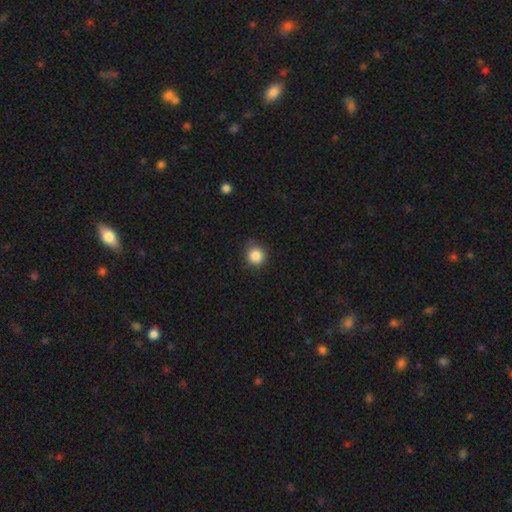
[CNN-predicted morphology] Smooth or featured: smooth — 86% (star or artifact — 10%)
How rounded: round — 92% (in between — 7%)
Merging: none — 84% (minor disturbance — 12%)